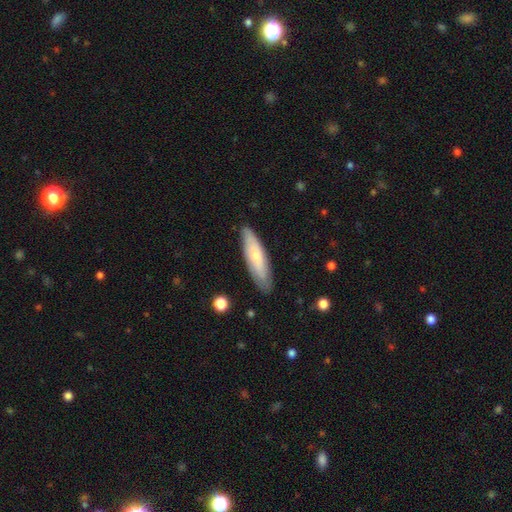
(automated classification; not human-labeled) smooth_or_featured: smooth (p=0.58) [alt: featured or disk p=0.36]
how_rounded: cigar-shaped (p=0.66) [alt: in between p=0.33]
merging: none (p=0.83) [alt: minor disturbance p=0.14]